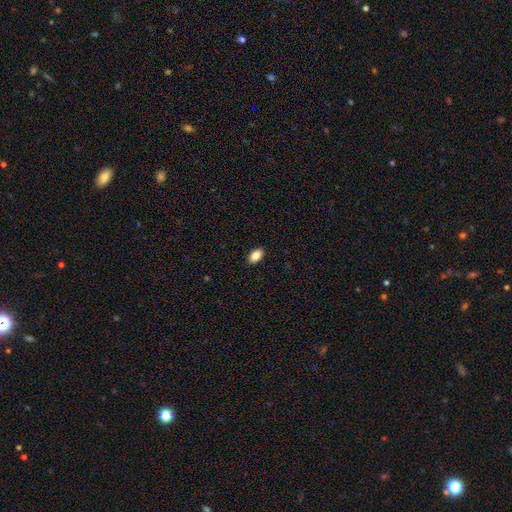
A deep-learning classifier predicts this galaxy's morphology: Overall: smooth (86%). How rounded: in between (91%). Merging: none (90%).